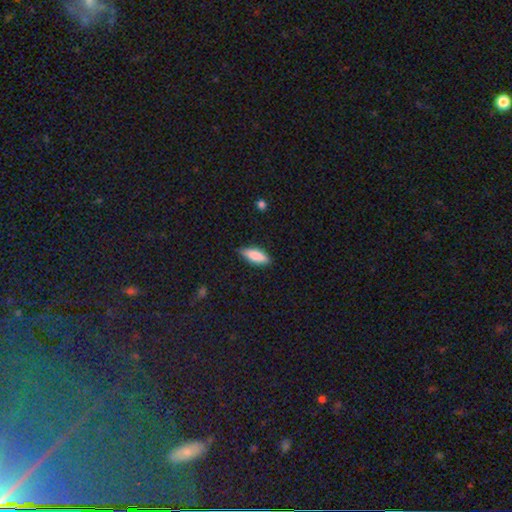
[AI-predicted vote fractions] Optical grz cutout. It shows a smooth galaxy with no disk features (81%) that is in between round and cigar-shaped (63%). Merging: none (83%).